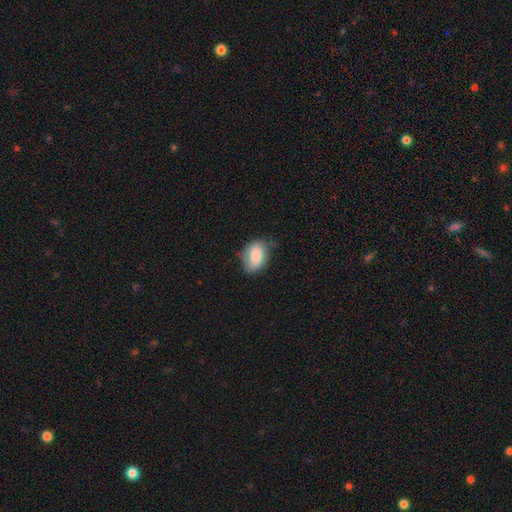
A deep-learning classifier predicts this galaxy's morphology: Smooth or featured? Predicted: smooth (p=0.81). How rounded? Predicted: in between (p=0.87). Merging? Predicted: none (p=0.62).